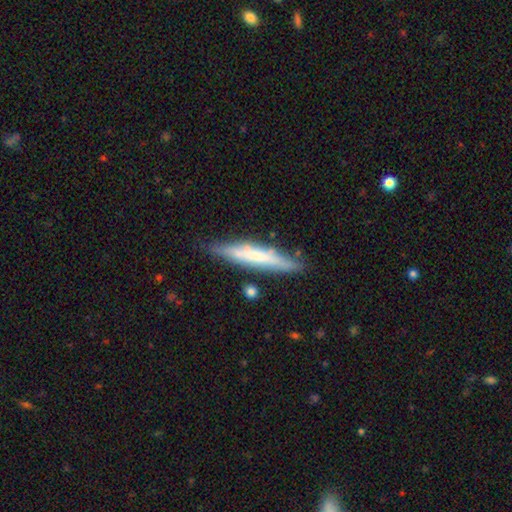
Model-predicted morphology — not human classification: A smooth galaxy with no disk features (48%).

Vote fractions:
- Smooth or featured? smooth: 48% / featured or disk: 45% / star or artifact: 6%
- Merging? none: 78% / minor disturbance: 16% / major disturbance: 3% / merger: 3%